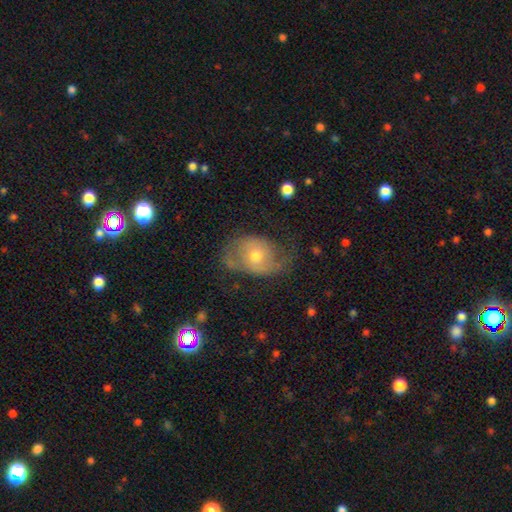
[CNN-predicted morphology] Overall: featured or disk (51%; smooth 41%). Edge-on disk: no (94%). Merging: none (44%; minor disturbance 30%).